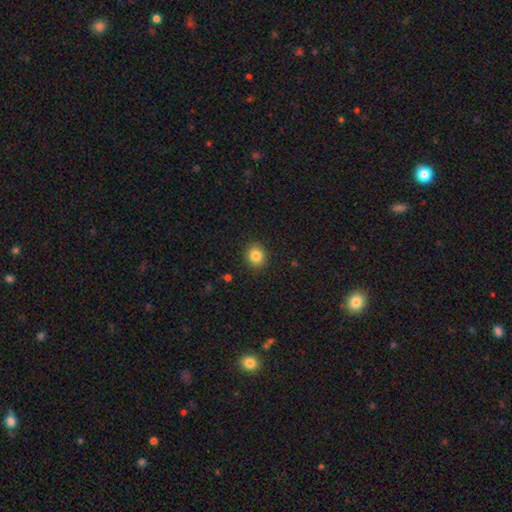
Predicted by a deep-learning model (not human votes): smooth 84%, star or artifact 10%, featured or disk 6%. Down the decision tree: how rounded — round (72%); merging — none (90%).